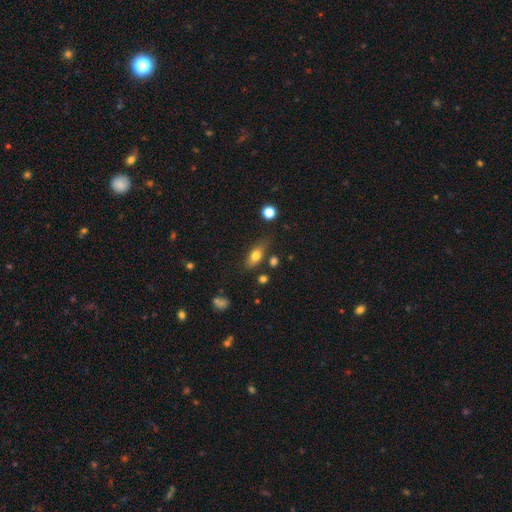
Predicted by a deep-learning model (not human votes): Overall: smooth (72%). How rounded: in between (77%). Merging: none (67%).